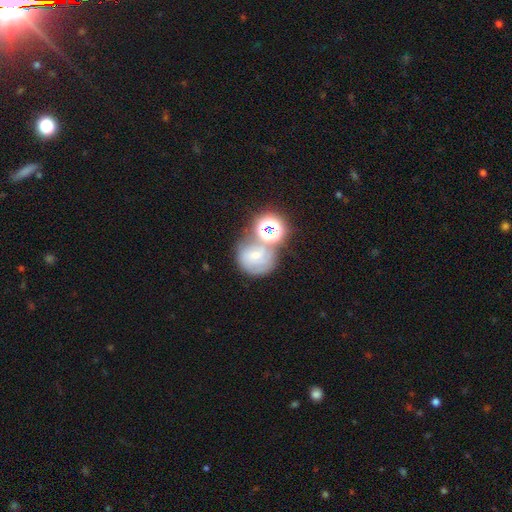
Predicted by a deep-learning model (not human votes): Smooth or featured? smooth (43%)
Merging? none (44%)